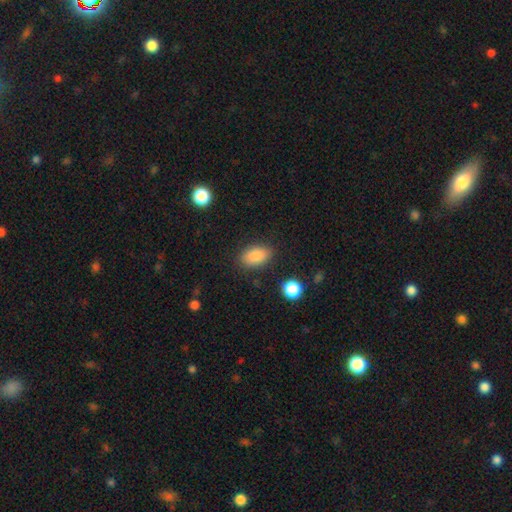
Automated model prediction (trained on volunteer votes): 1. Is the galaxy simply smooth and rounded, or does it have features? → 86% smooth, 8% star or artifact, 6% featured or disk.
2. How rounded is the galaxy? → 90% in between, 8% round, 2% cigar-shaped.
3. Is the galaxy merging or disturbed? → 84% none, 11% minor disturbance, 3% major disturbance, 2% merger.